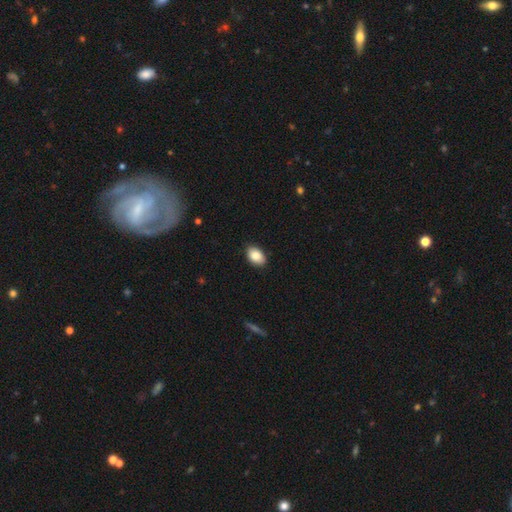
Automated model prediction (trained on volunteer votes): A smooth galaxy with no disk features (87%) that is in between round and cigar-shaped (88%). Merging: none (87%).